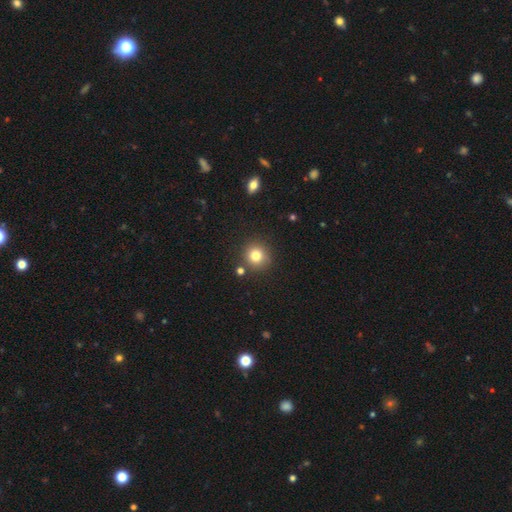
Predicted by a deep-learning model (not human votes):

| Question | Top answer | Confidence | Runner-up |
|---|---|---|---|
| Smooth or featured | smooth | 80% | star or artifact (12%) |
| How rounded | round | 92% | in between (8%) |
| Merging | none | 84% | minor disturbance (8%) |